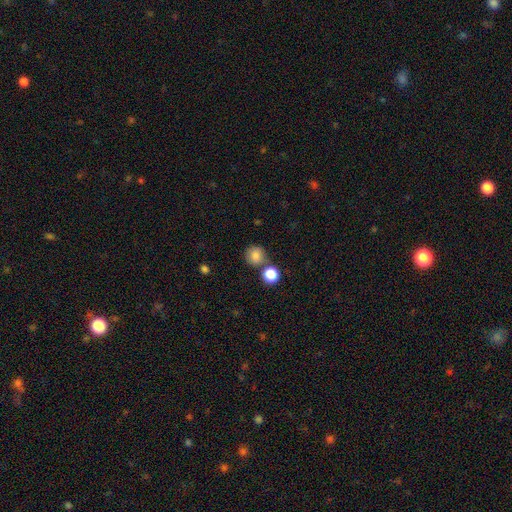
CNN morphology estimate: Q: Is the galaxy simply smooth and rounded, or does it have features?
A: smooth — 83%.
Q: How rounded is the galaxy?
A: round — 89%.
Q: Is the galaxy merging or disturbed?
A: none — 66%.